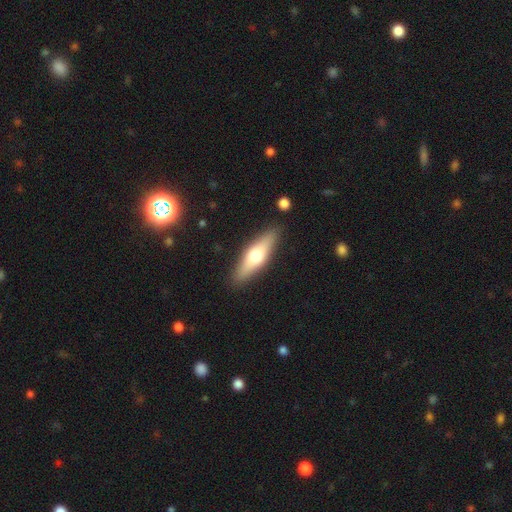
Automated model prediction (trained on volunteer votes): The model was most divided on "smooth or featured": smooth: 53%, featured or disk: 41%, star or artifact: 6%. More confident: merging — none (87%); how rounded — cigar-shaped (61%).